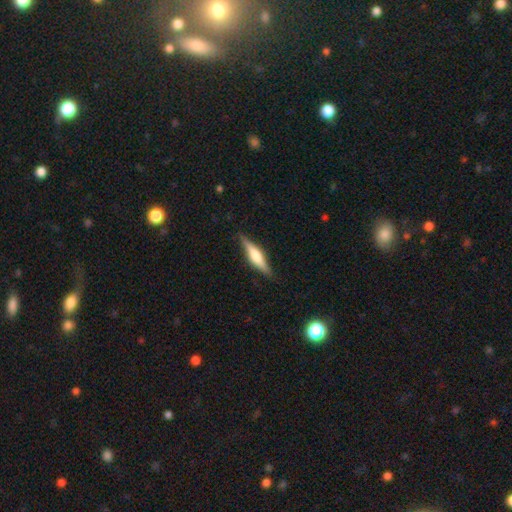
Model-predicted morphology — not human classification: Smooth or featured: featured or disk — 59% (smooth — 35%)
Edge-on disk: yes — 96% (no — 4%)
Edge-on bulge: rounded — 75% (boxy — 19%)
Merging: none — 87% (minor disturbance — 10%)